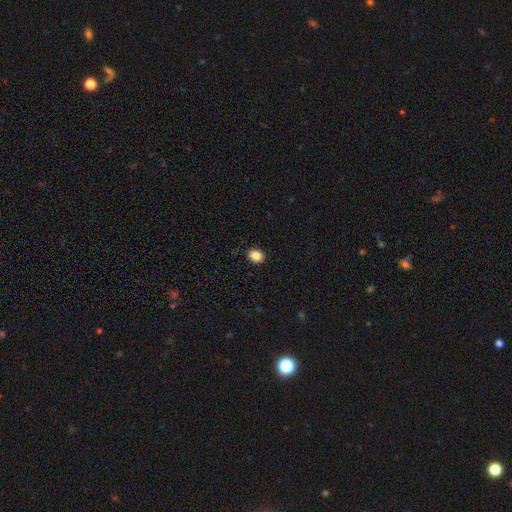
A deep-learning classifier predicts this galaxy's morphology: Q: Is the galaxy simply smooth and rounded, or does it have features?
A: smooth — 86%.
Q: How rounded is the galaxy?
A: round — 58%.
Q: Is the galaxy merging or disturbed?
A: none — 91%.